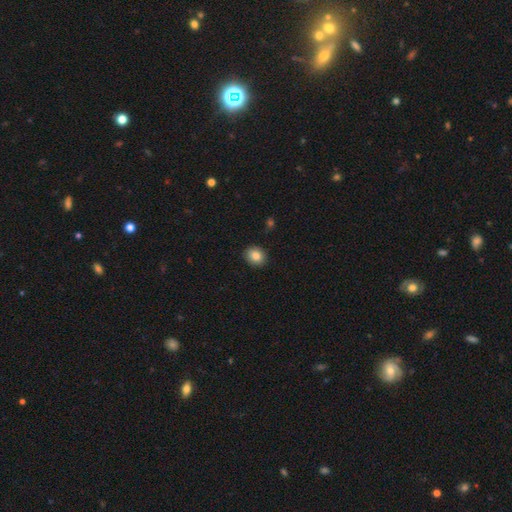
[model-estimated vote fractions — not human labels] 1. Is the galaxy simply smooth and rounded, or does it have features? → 84% smooth, 9% star or artifact, 7% featured or disk.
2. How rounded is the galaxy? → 68% round, 31% in between, 1% cigar-shaped.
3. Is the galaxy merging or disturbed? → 90% none, 7% minor disturbance, 2% major disturbance, 1% merger.